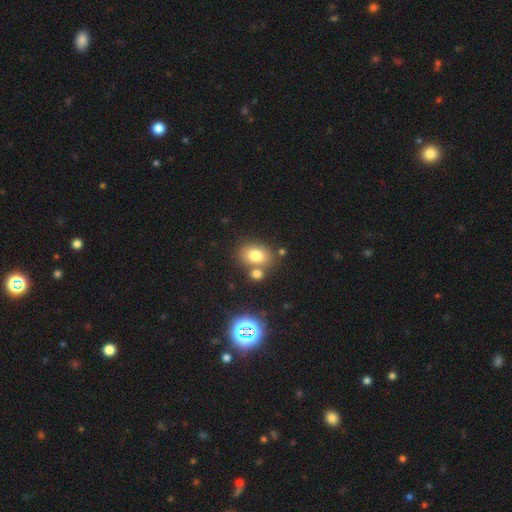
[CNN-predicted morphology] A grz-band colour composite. It shows a smooth galaxy with no disk features (75%) that is in between round and cigar-shaped (72%). Merging: none (60%).